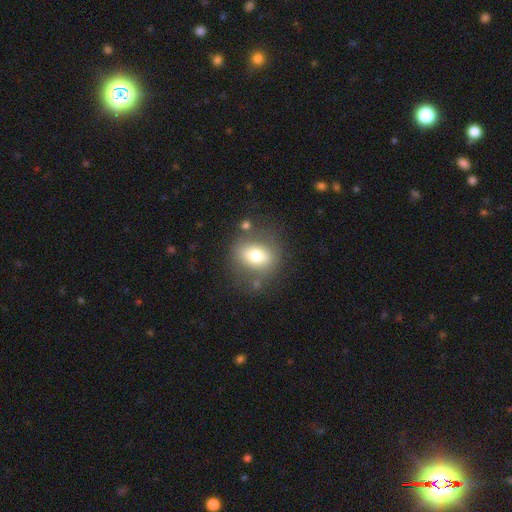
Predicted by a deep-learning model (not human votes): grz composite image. It shows a smooth galaxy with no disk features (68%) that is in between round and cigar-shaped (51%). Merging: none (72%).